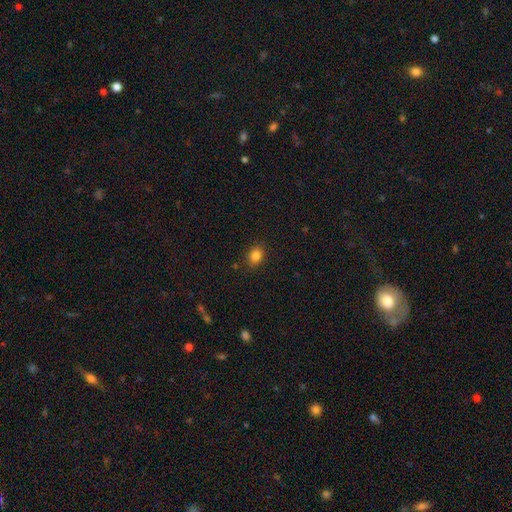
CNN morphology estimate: A smooth galaxy with no disk features (83%) that is in between round and cigar-shaped (61%). Merging: none (86%).